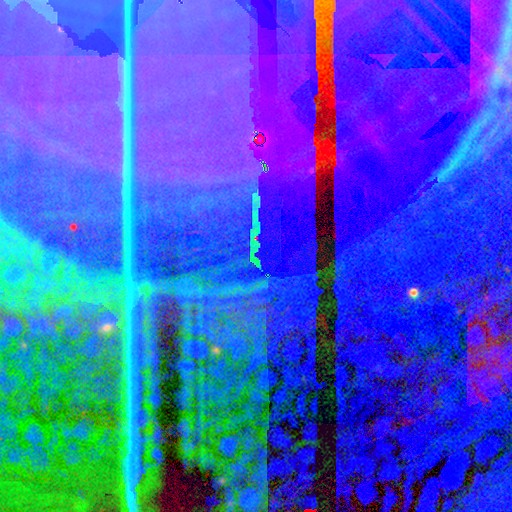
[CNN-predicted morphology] star or artifact 87%, featured or disk 7%, smooth 6%.